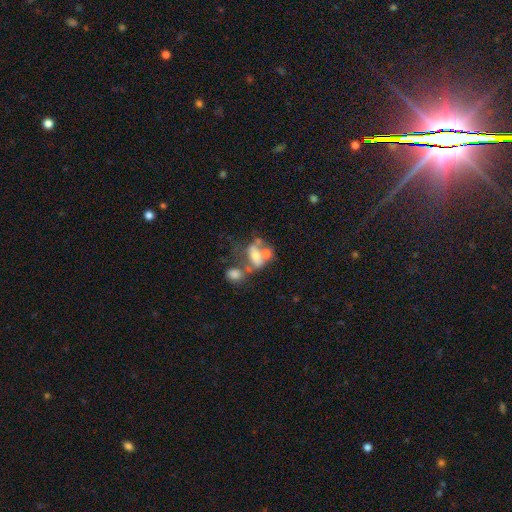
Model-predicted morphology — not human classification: Smooth or featured? featured or disk (45%)
Merging? merger (51%)